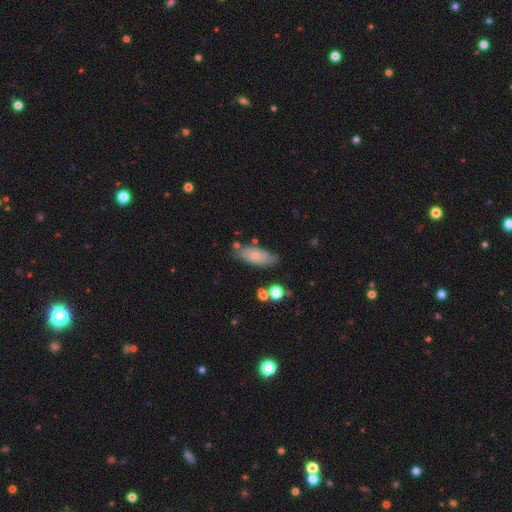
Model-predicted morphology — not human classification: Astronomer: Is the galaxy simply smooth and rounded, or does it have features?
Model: smooth — 53% (runner-up: featured or disk, 40%).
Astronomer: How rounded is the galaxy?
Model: in between — 81%.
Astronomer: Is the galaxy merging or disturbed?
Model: none — 60%.